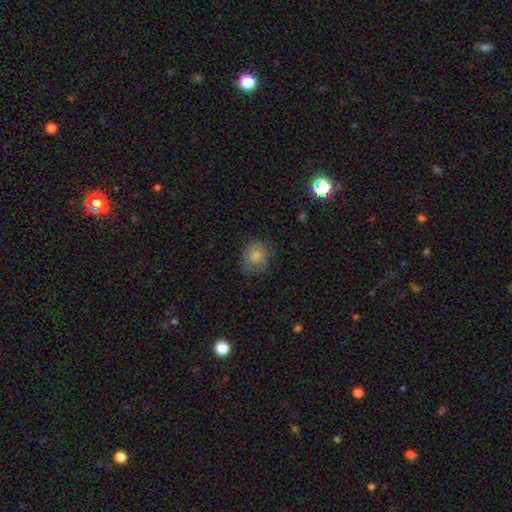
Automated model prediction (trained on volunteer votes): Smooth or featured: smooth — 73% (star or artifact — 15%)
How rounded: round — 72% (in between — 27%)
Merging: none — 78% (minor disturbance — 16%)